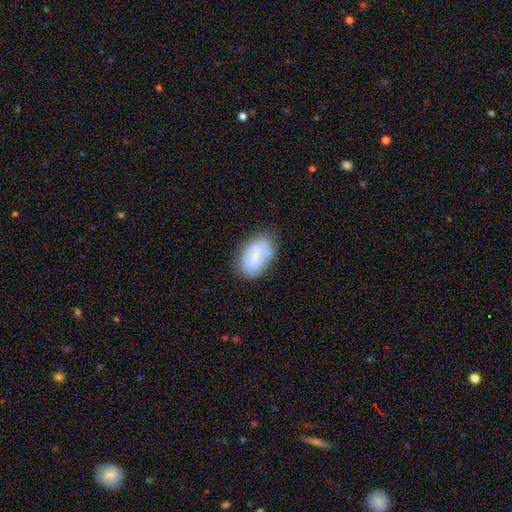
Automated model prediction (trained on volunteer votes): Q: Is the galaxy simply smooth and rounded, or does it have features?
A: smooth — 67%.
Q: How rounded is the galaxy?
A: in between — 90%.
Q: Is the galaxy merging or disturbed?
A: none — 67%.